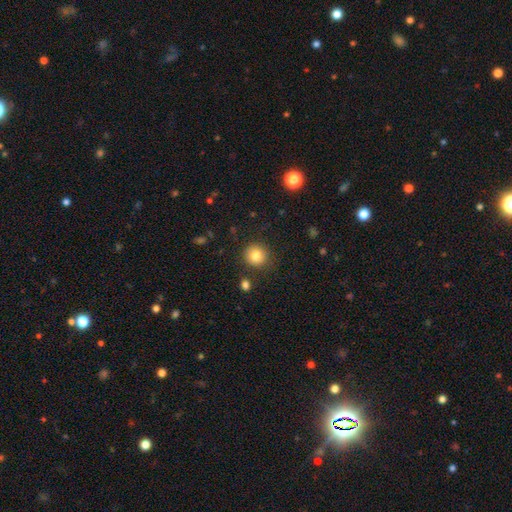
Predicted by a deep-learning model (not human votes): smooth-or-featured: smooth: 84% | star or artifact: 10% | featured or disk: 6%
  how-rounded: round: 93% | in between: 6% | cigar-shaped: 1%
  merging: none: 88% | minor disturbance: 7% | major disturbance: 3% | merger: 2%